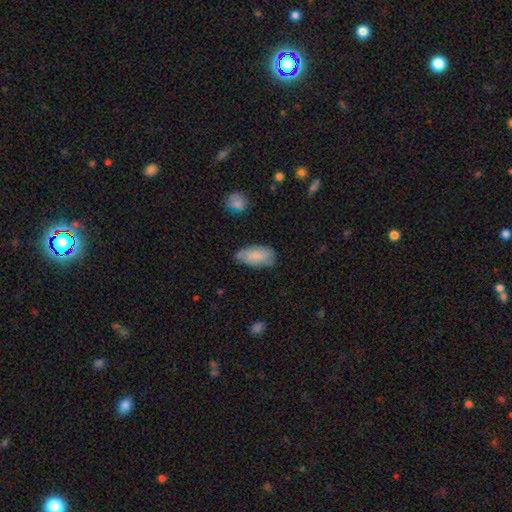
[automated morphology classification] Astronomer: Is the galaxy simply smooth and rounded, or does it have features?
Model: smooth — 79%.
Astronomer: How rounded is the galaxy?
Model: in between — 92%.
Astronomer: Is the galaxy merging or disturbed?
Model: none — 64%.